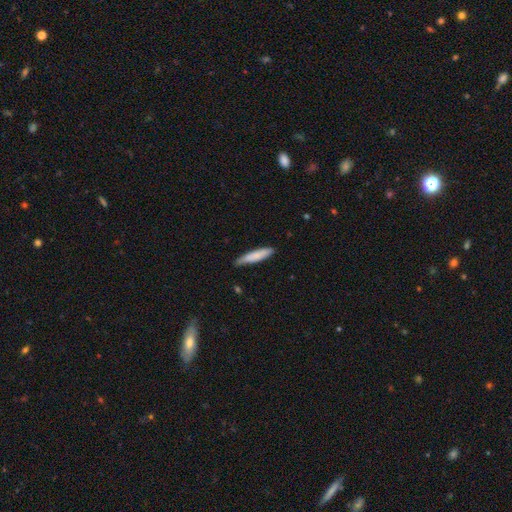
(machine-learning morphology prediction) Overall: smooth (78%). How rounded: cigar-shaped (84%). Merging: none (77%).